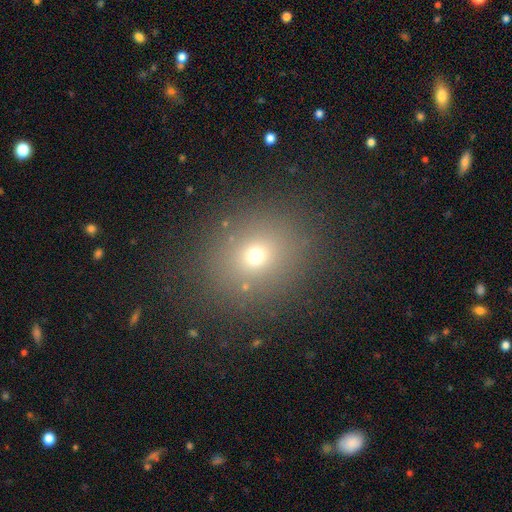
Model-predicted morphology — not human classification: This appears to be a smooth galaxy with no disk features (66%) that is round (74%). Merging: none (84%).